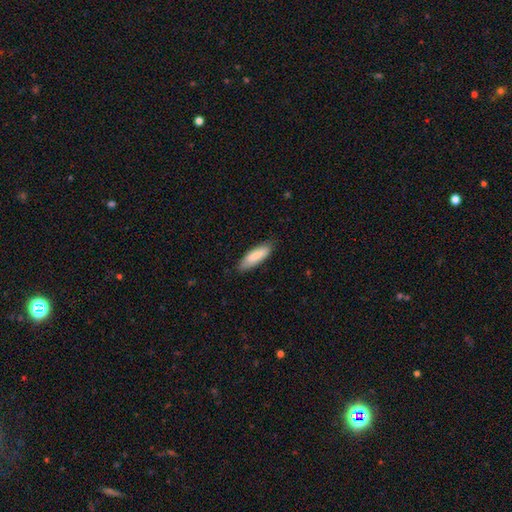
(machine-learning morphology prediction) The model was most divided on "how rounded": cigar-shaped: 55%, in between: 44%, round: 1%. More confident: smooth or featured — smooth (82%); merging — none (81%).